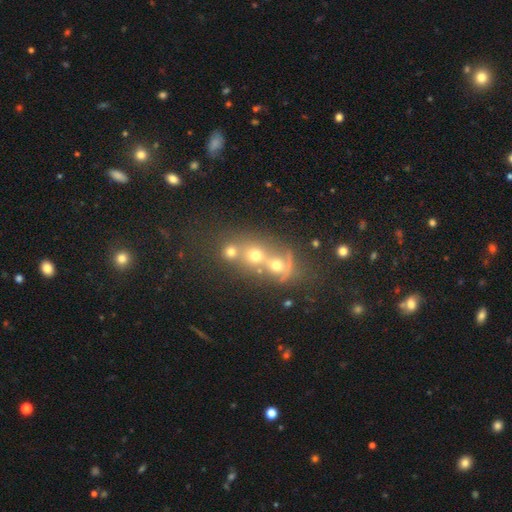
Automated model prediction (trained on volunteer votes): smooth_or_featured: smooth (p=0.55) [alt: featured or disk p=0.23]
how_rounded: round (p=0.71) [alt: in between p=0.28]
merging: merger (p=0.61) [alt: none p=0.28]